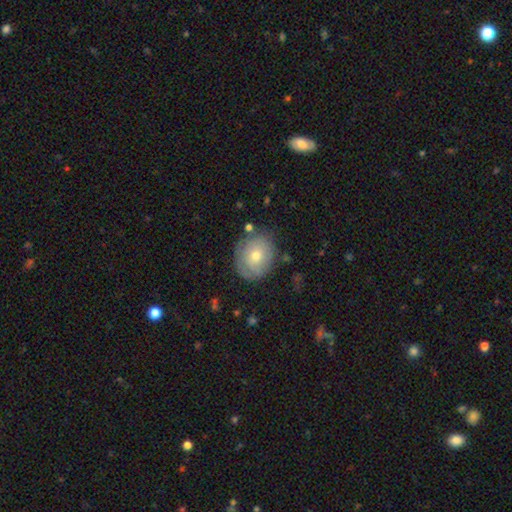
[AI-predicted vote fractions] Morphology: type=smooth (57%); roundness=round (68%); merging=none (74%).